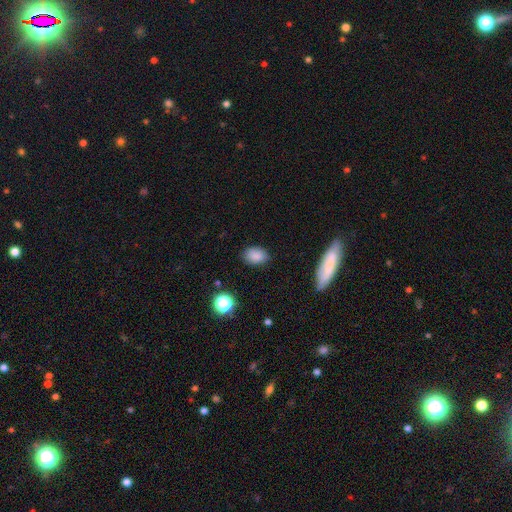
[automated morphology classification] This appears to be a smooth galaxy with no disk features (84%) that is in between round and cigar-shaped (78%). Merging: none (81%).